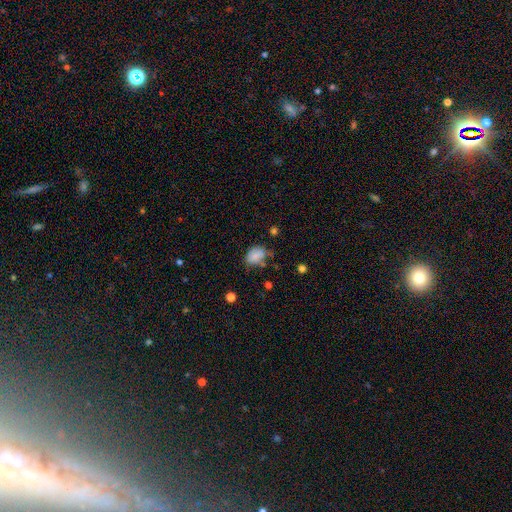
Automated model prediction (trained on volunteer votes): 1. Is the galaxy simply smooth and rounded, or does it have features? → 80% smooth, 10% featured or disk, 10% star or artifact.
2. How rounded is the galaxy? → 71% in between, 28% round, 1% cigar-shaped.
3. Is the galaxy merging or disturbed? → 49% none, 32% minor disturbance, 12% major disturbance, 7% merger.